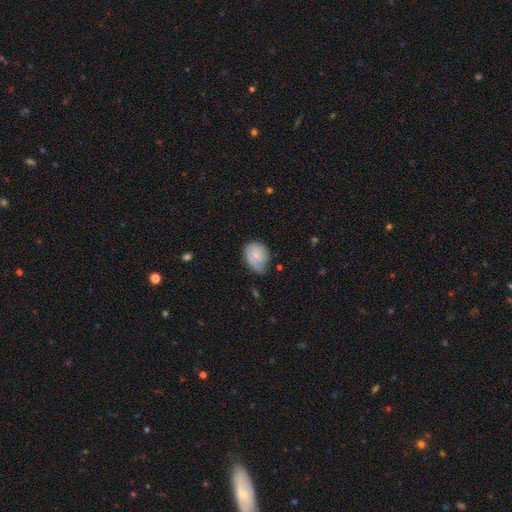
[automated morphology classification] smooth-or-featured: smooth: 79% | featured or disk: 13% | star or artifact: 7%
  how-rounded: in between: 59% | round: 40% | cigar-shaped: 1%
  merging: none: 48% | minor disturbance: 41% | major disturbance: 9% | merger: 2%